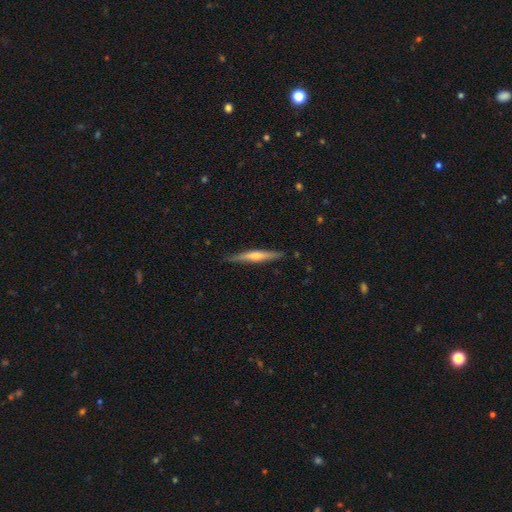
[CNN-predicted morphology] This appears to be a featured or disk galaxy (56%) viewed edge-on (96%) with a rounded central bulge (68%). Merging: none (86%).